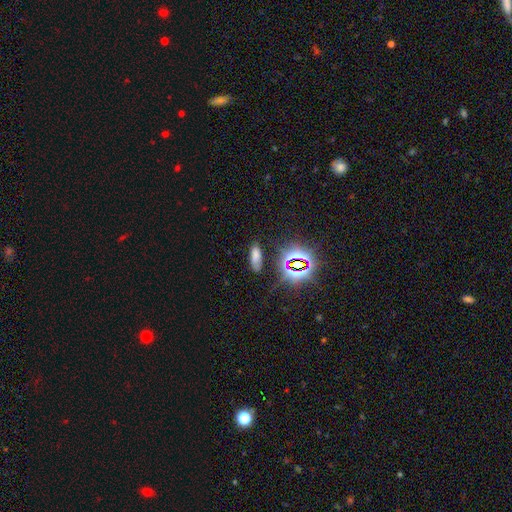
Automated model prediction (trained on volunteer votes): Smooth or featured: smooth — 61% (star or artifact — 30%)
How rounded: in between — 70% (cigar-shaped — 25%)
Merging: none — 74% (minor disturbance — 16%)